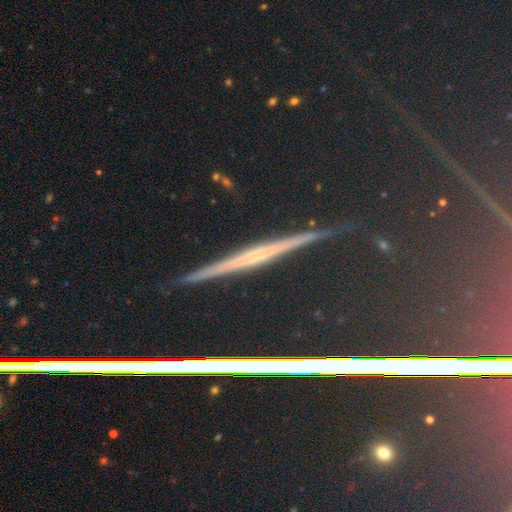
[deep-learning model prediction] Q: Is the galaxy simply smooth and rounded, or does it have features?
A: star or artifact — 47%.